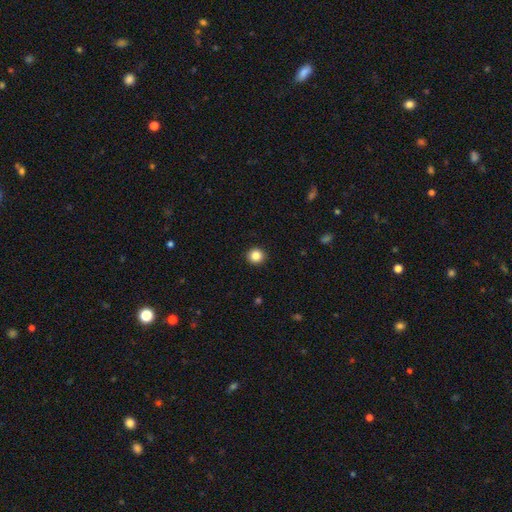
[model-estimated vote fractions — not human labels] Overall: smooth (86%). How rounded: round (93%). Merging: none (93%).